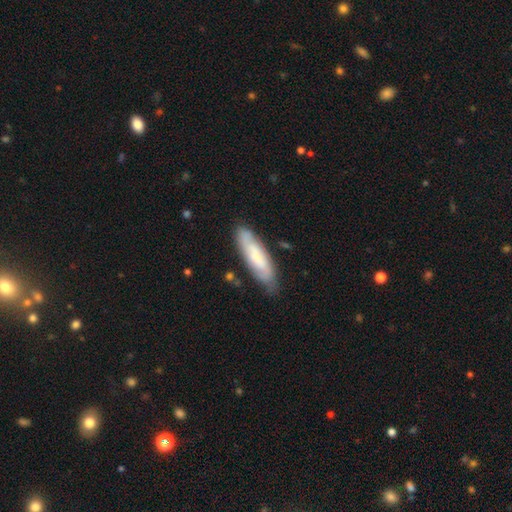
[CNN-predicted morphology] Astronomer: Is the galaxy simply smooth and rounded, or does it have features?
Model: smooth — 55% (runner-up: featured or disk, 39%).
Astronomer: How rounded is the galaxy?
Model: cigar-shaped — 61% (runner-up: in between, 38%).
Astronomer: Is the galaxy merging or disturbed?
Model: none — 77%.